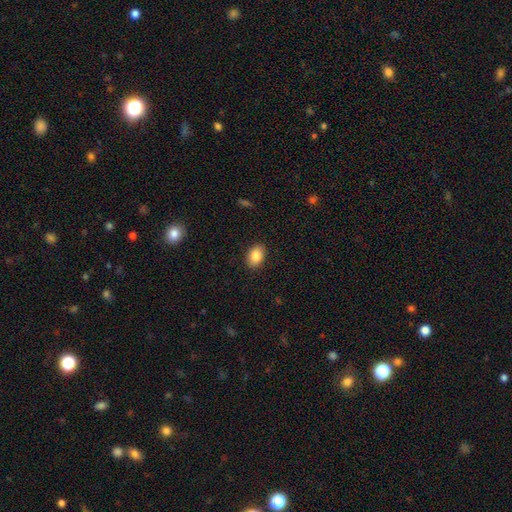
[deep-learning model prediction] Smooth or featured? smooth (86%)
How rounded? in between (81%)
Merging? none (89%)